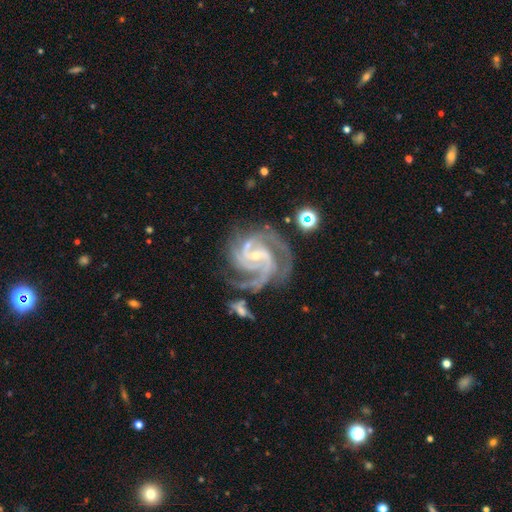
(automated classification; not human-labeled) featured or disk 93%, star or artifact 5%, smooth 3%. Down the decision tree: edge-on disk — no (98%); bar — weak (43%); spiral arms — yes (99%); spiral arm count — 3 (47%); spiral winding — tight (51%); bulge size — small (74%); merging — none (64%).